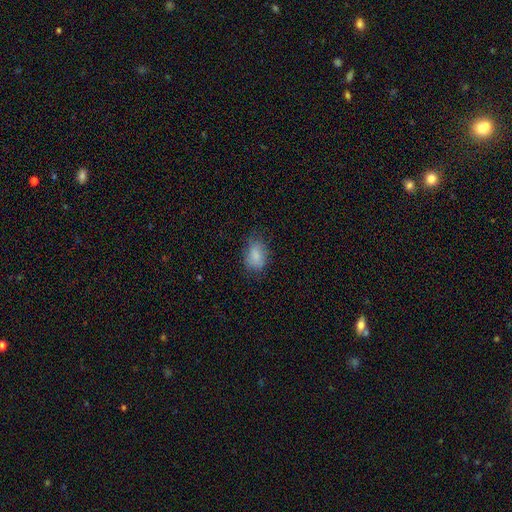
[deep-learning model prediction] This is clearly a smooth galaxy (84%). How rounded: clearly in between (84%). Merging: likely none (69%).